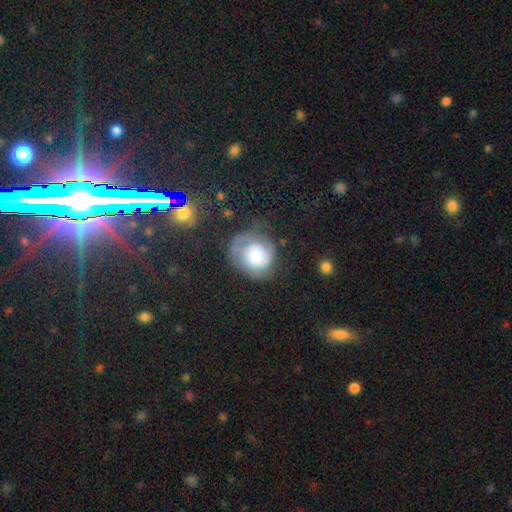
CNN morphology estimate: Q: Smooth or featured?
A: featured or disk (53%); runner-up: smooth (37%)
Q: Edge-on disk?
A: no (97%); runner-up: yes (3%)
Q: Bar?
A: no (81%); runner-up: weak (16%)
Q: Spiral arms?
A: yes (76%); runner-up: no (24%)
Q: Bulge size?
A: moderate (48%); runner-up: small (35%)
Q: Merging?
A: none (50%); runner-up: minor disturbance (25%)